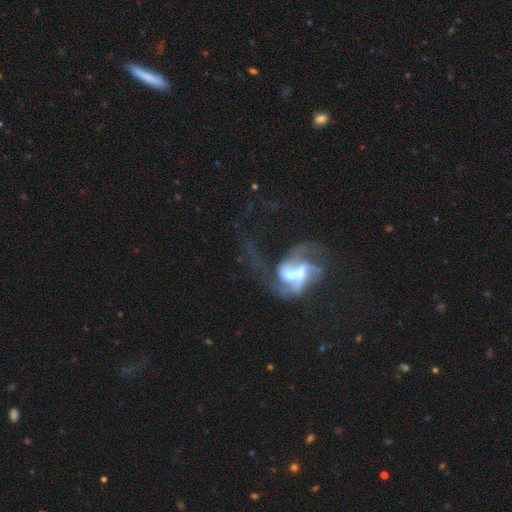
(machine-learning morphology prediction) Smooth or featured: featured or disk — 79% (smooth — 10%)
Edge-on disk: no — 97% (yes — 3%)
Bar: weak — 41% (no — 39%)
Spiral arms: yes — 86% (no — 14%)
Spiral winding: loose — 52% (medium — 36%)
Spiral arm count: 2 — 55% (1 — 18%)
Bulge size: moderate — 50% (small — 22%)
Merging: major disturbance — 37% (merger — 29%)